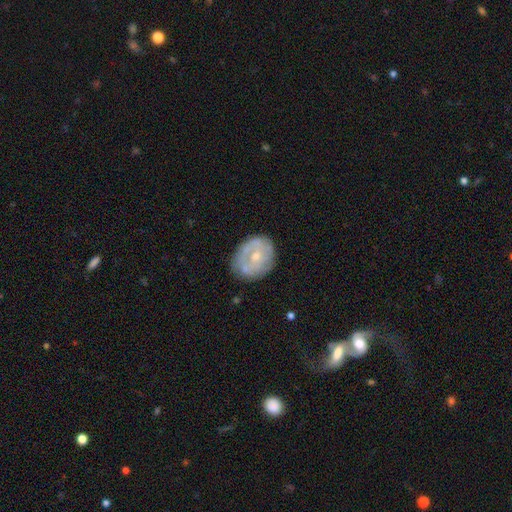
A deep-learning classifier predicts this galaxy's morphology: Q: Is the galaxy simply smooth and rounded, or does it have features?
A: featured or disk — 54%.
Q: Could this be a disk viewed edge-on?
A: no — 96%.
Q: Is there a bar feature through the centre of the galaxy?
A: no — 78%.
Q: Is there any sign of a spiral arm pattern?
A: no — 62%.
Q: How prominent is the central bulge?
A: small — 53%.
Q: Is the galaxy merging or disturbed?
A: none — 64%.